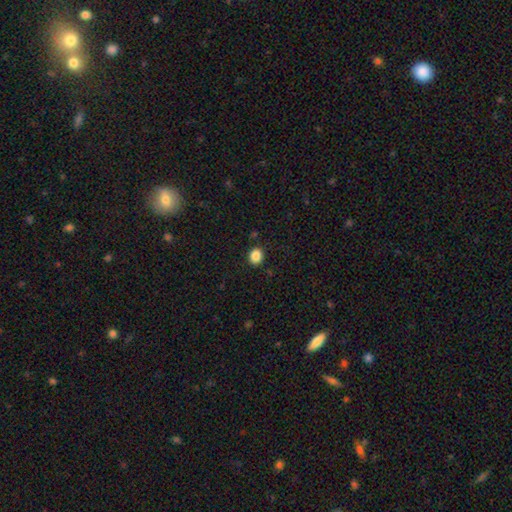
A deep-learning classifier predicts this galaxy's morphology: This appears to be a smooth galaxy with no disk features (87%) that is round (69%). Merging: none (89%).